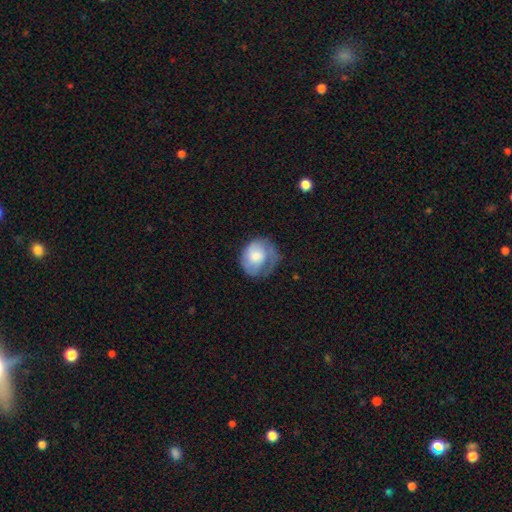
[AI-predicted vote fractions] Smooth or featured?
  - smooth: 51% *
  - featured or disk: 42%
  - star or artifact: 7%
How rounded?
  - round: 64% *
  - in between: 35%
  - cigar-shaped: 1%
Merging?
  - none: 42% *
  - minor disturbance: 30%
  - major disturbance: 26%
  - merger: 2%